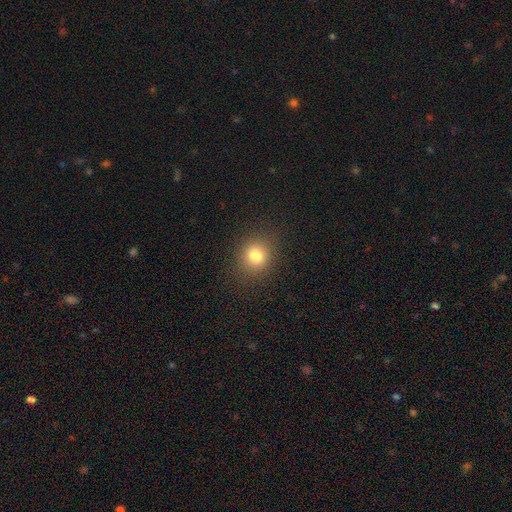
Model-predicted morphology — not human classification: smooth_or_featured: smooth (p=0.80) [alt: star or artifact p=0.13]
how_rounded: round (p=0.81) [alt: in between p=0.18]
merging: none (p=0.88) [alt: minor disturbance p=0.08]